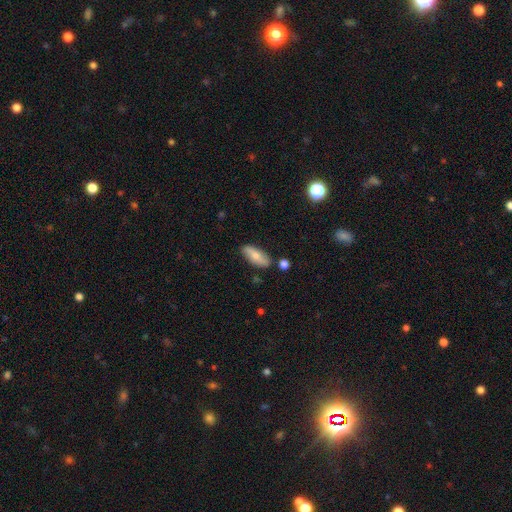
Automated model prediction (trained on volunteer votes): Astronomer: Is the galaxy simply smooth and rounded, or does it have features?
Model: smooth — 63%.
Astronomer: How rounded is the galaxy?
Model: in between — 73%.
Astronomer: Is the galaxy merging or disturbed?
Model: none — 81%.